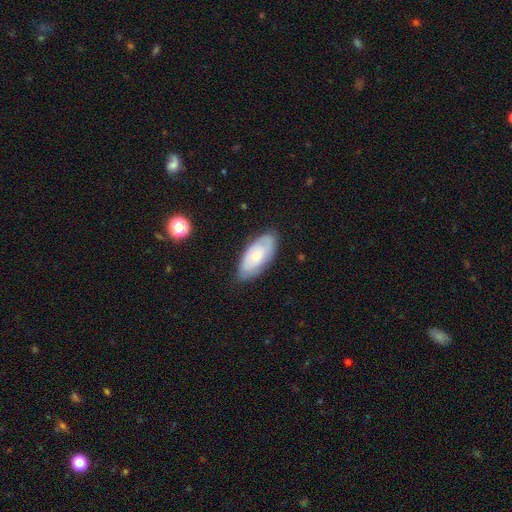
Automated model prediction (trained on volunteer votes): The model was most divided on "smooth or featured": smooth: 49%, featured or disk: 44%, star or artifact: 6%. More confident: merging — none (79%).